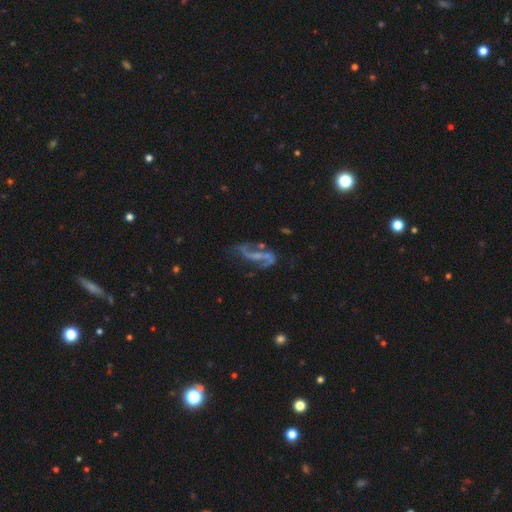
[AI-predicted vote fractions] Smooth or featured? featured or disk (79%)
Edge-on disk? no (94%)
Bar? weak (35%)
Spiral arms? yes (85%)
Spiral winding? loose (71%)
Spiral arm count? 2 (86%)
Bulge size? none (50%)
Merging? none (54%)